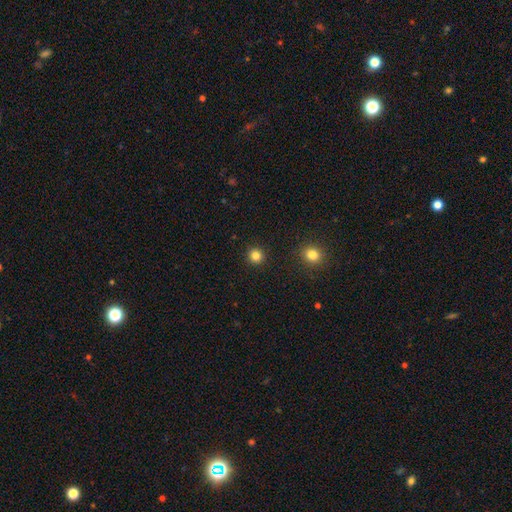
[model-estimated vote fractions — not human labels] smooth-or-featured: smooth: 82% | star or artifact: 13% | featured or disk: 4%
  how-rounded: round: 94% | in between: 5% | cigar-shaped: 1%
  merging: none: 93% | minor disturbance: 4% | major disturbance: 2% | merger: 1%